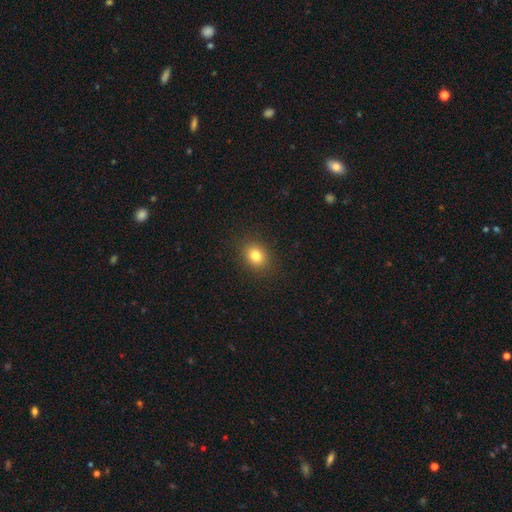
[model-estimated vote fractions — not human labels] smooth-or-featured: smooth: 81% | star or artifact: 12% | featured or disk: 8%
  how-rounded: round: 55% | in between: 44% | cigar-shaped: 1%
  merging: none: 89% | minor disturbance: 7% | major disturbance: 3% | merger: 1%